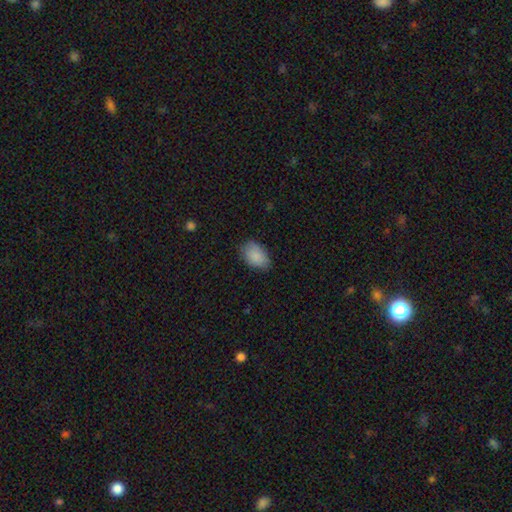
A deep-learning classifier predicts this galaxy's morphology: Smooth or featured: smooth — 88% (star or artifact — 7%)
How rounded: in between — 90% (round — 9%)
Merging: none — 76% (minor disturbance — 19%)